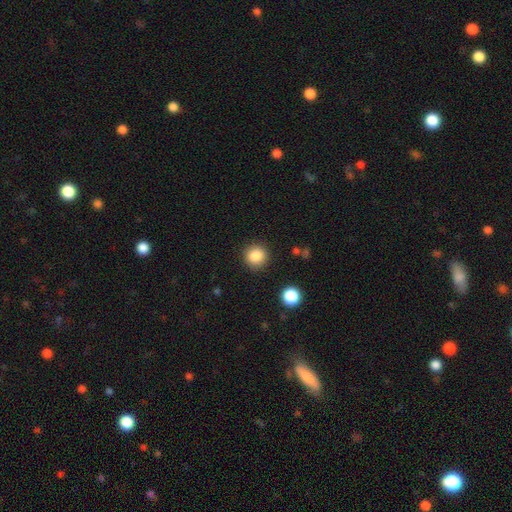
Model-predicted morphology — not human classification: A smooth galaxy with no disk features (85%) that is round (93%).

Vote fractions:
- Smooth or featured? smooth: 85% / star or artifact: 10% / featured or disk: 4%
- How rounded? round: 93% / in between: 6% / cigar-shaped: 1%
- Merging? none: 89% / minor disturbance: 7% / major disturbance: 2% / merger: 1%